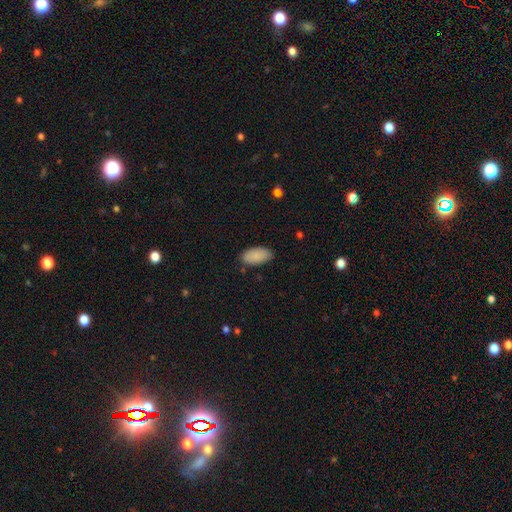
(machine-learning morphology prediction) type=smooth (88%); roundness=in between (94%); merging=none (84%).